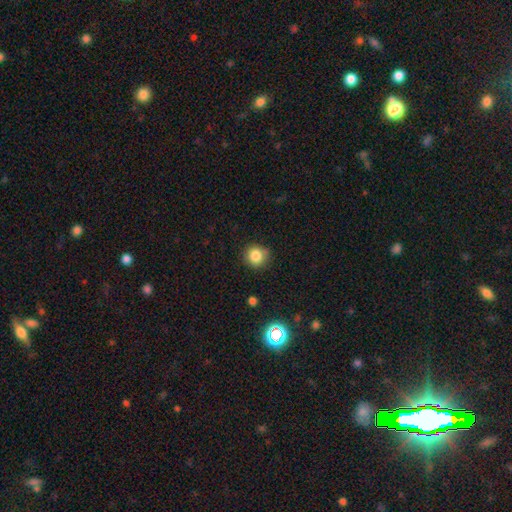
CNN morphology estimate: The model was most divided on "merging": none: 82%, minor disturbance: 13%, major disturbance: 3%, merger: 2%. More confident: how rounded — round (90%); smooth or featured — smooth (83%).